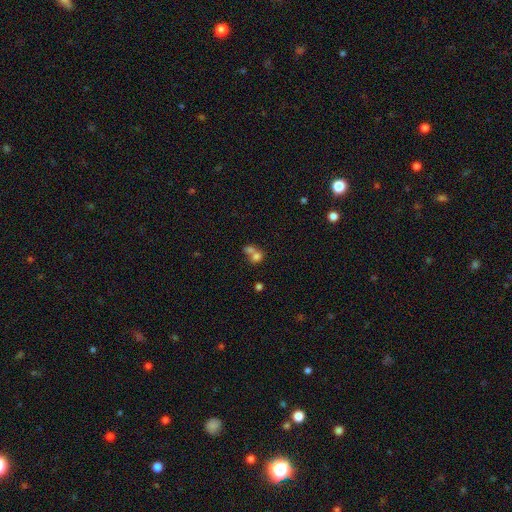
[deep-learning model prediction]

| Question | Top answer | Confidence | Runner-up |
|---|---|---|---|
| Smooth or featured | smooth | 74% | featured or disk (14%) |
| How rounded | round | 57% | in between (42%) |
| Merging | merger | 66% | none (24%) |